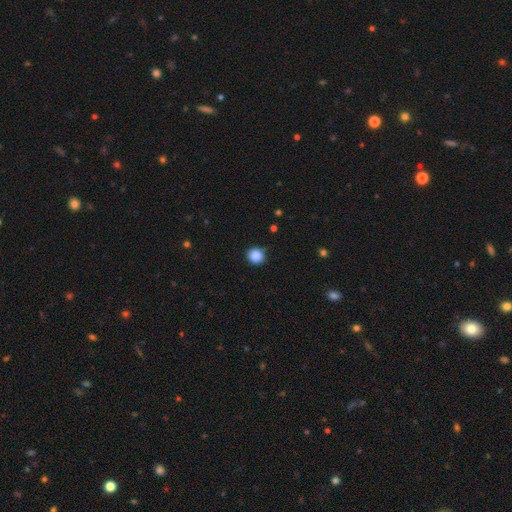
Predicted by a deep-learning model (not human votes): Smooth or featured: smooth — 87% (star or artifact — 10%)
How rounded: round — 88% (in between — 11%)
Merging: none — 86% (minor disturbance — 10%)